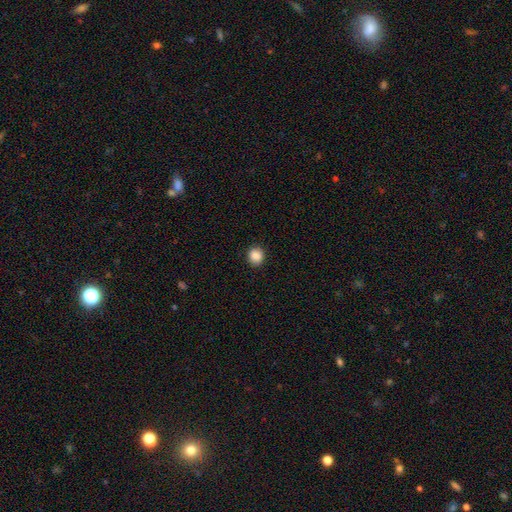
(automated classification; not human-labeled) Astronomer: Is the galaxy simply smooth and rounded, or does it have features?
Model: smooth — 88%.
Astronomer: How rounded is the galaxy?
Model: round — 80%.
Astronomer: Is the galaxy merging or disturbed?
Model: none — 90%.